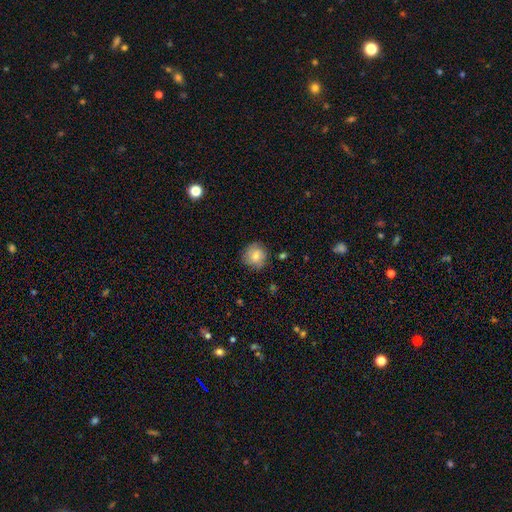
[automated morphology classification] A smooth galaxy with no disk features (72%) that is round (91%).

Vote fractions:
- Smooth or featured? smooth: 72% / featured or disk: 19% / star or artifact: 9%
- How rounded? round: 91% / in between: 8% / cigar-shaped: 1%
- Merging? none: 81% / minor disturbance: 14% / major disturbance: 3% / merger: 2%